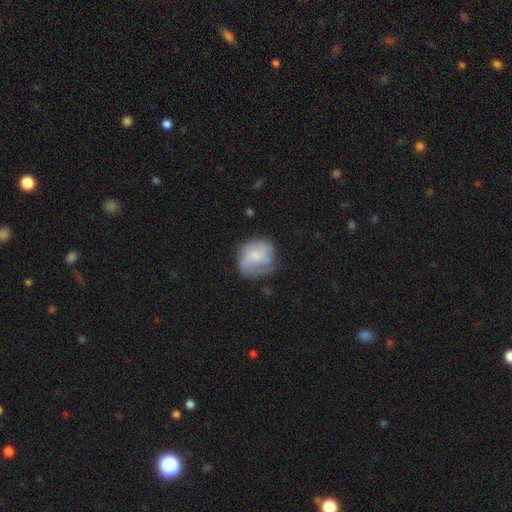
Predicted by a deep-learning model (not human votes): This is possibly a featured or disk galaxy (53%). It is clearly not viewed edge-on (98%). Bar: likely no (63%). Spiral arm pattern: likely yes (79%). Central bulge: possibly small (47%). Merging: possibly none (53%).